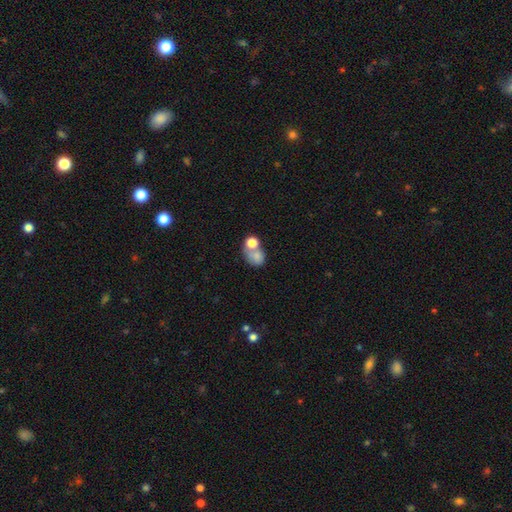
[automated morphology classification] type=smooth (73%); roundness=in between (50%); merging=merger (53%).